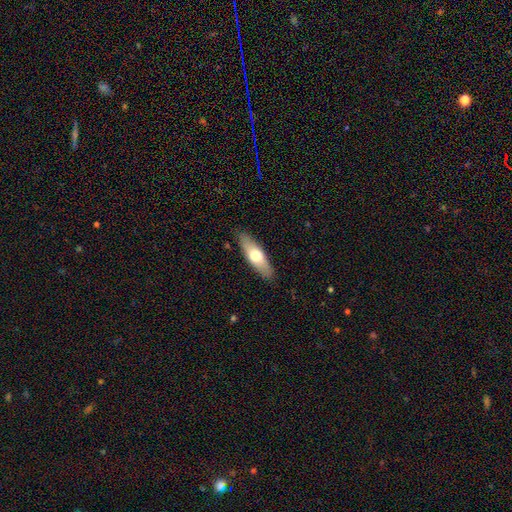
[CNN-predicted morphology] smooth-or-featured: smooth: 60% | featured or disk: 35% | star or artifact: 5%
  how-rounded: in between: 51% | cigar-shaped: 47% | round: 2%
  merging: none: 88% | minor disturbance: 9% | major disturbance: 2% | merger: 1%